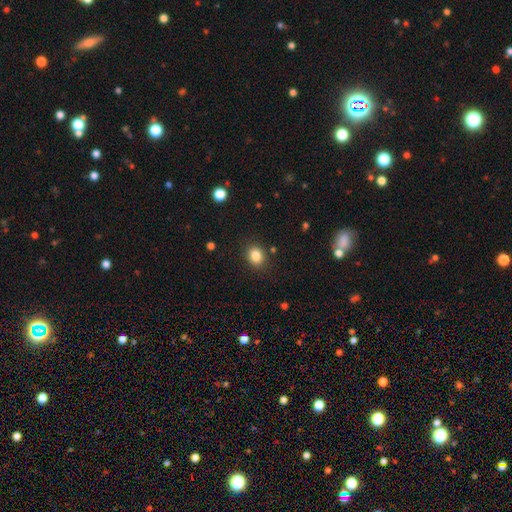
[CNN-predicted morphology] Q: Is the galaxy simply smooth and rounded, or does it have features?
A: smooth — 84%.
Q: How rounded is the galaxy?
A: round — 58%.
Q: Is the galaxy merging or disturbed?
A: none — 86%.